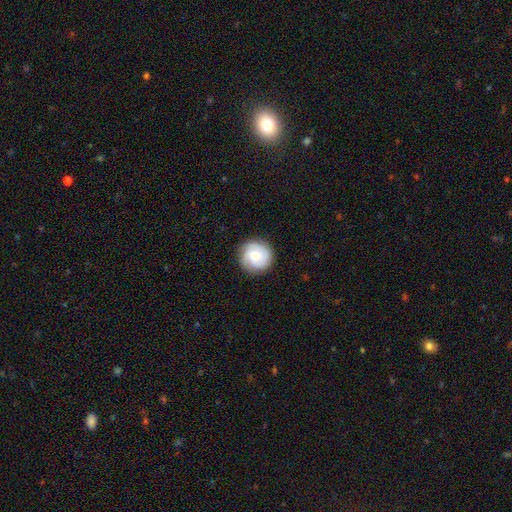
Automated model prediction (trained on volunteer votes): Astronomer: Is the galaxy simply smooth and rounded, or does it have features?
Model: smooth — 47% (runner-up: featured or disk, 46%).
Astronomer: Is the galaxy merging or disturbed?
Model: none — 86%.